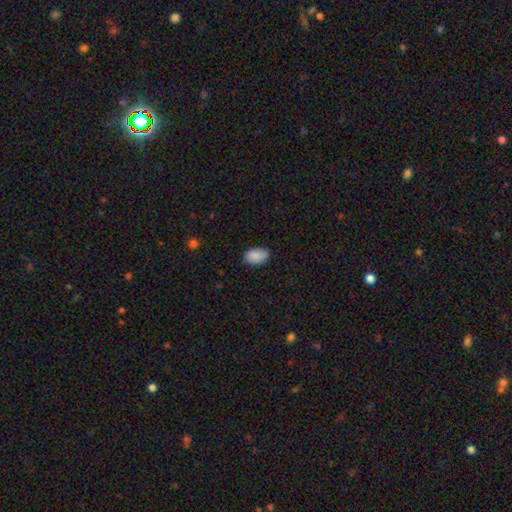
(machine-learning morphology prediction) This appears to be a smooth galaxy with no disk features (88%) that is in between round and cigar-shaped (91%). Merging: none (79%).